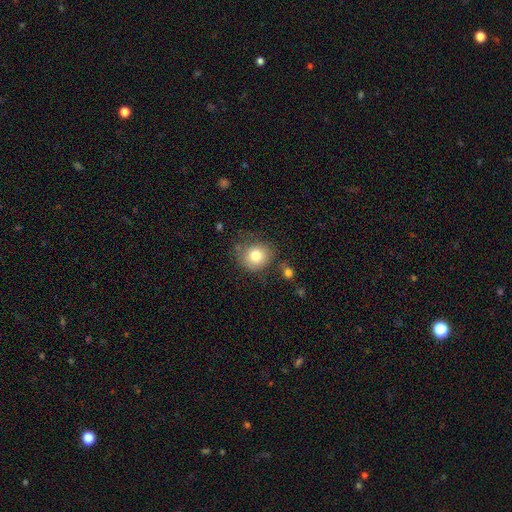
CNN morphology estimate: Smooth or featured? smooth (78%)
How rounded? round (79%)
Merging? none (66%)